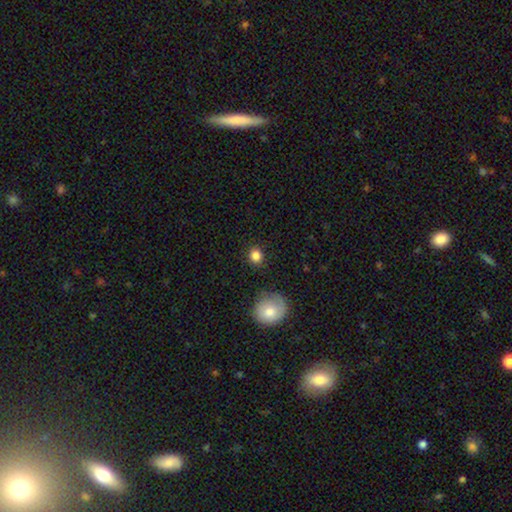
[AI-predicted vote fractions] A smooth galaxy with no disk features (85%) that is round (81%). Merging: none (87%).